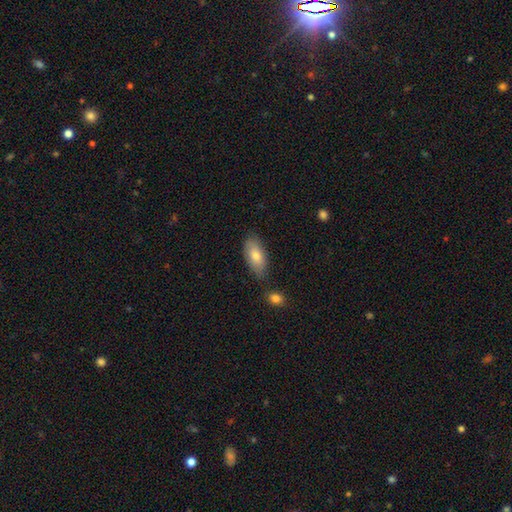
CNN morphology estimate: Smooth or featured? smooth (77%)
How rounded? in between (88%)
Merging? none (75%)